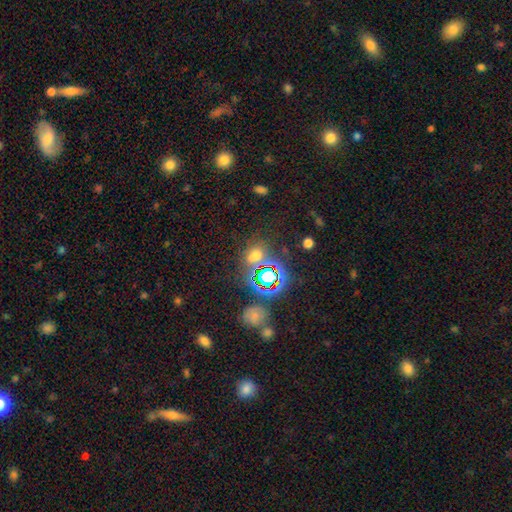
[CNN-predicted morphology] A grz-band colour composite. It shows a star or artifact, not a galaxy (47%).